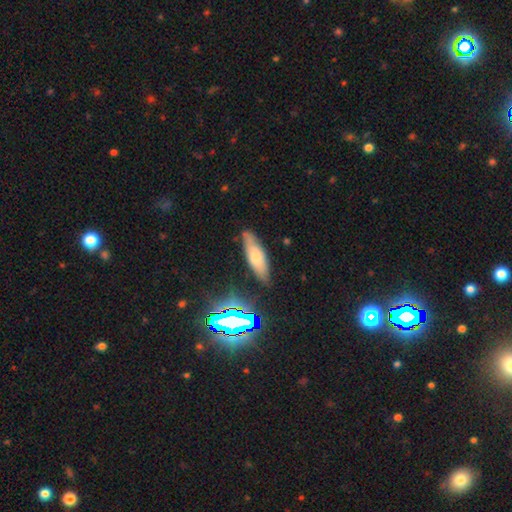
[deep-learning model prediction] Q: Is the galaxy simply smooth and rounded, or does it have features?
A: smooth — 53%.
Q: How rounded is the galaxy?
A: cigar-shaped — 51%.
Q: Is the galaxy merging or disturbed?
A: none — 81%.